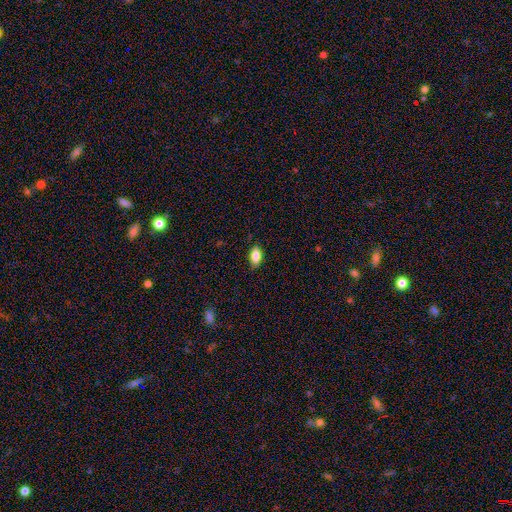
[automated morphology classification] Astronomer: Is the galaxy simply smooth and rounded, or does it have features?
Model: smooth — 82%.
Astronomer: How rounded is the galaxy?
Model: in between — 89%.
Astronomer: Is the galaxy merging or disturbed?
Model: none — 84%.